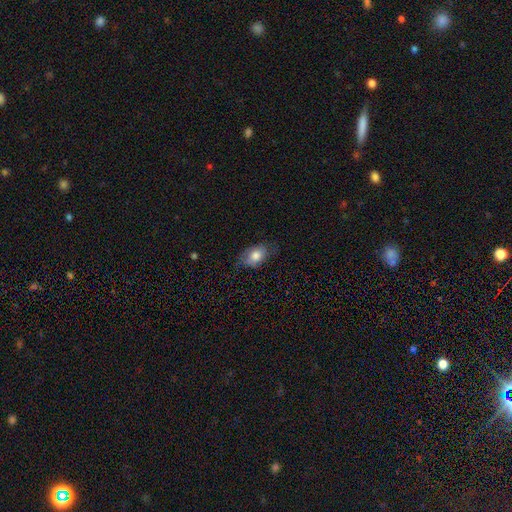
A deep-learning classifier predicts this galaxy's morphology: Smooth or featured? smooth (74%)
How rounded? in between (86%)
Merging? none (67%)